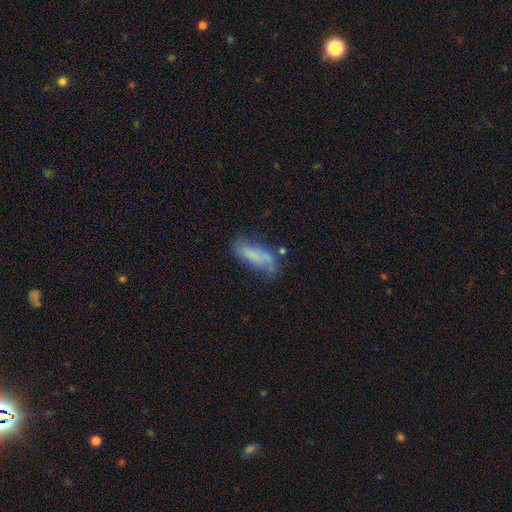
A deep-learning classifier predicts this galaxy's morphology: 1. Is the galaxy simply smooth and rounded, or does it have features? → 66% smooth, 25% featured or disk, 9% star or artifact.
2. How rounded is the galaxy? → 62% in between, 35% cigar-shaped, 2% round.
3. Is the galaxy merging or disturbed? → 47% none, 30% minor disturbance, 15% major disturbance, 8% merger.